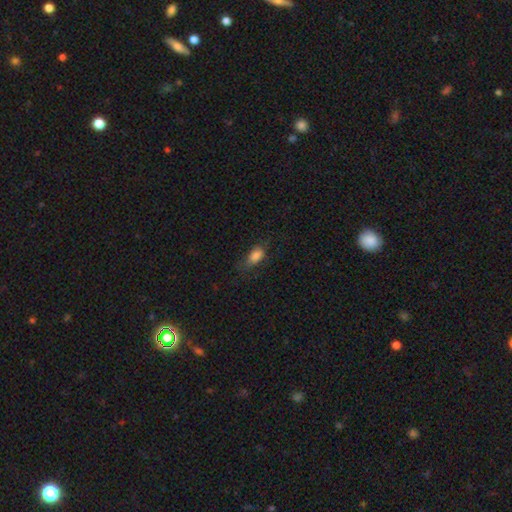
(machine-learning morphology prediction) type=smooth (81%); roundness=in between (86%); merging=none (59%).